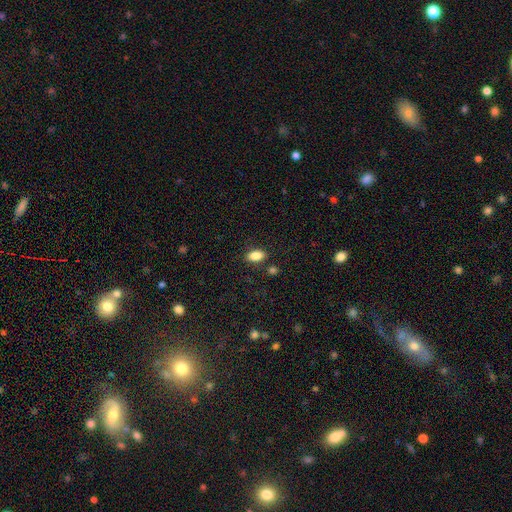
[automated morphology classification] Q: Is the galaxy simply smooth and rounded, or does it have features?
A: smooth — 86%.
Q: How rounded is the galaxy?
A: in between — 90%.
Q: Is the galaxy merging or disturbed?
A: none — 82%.